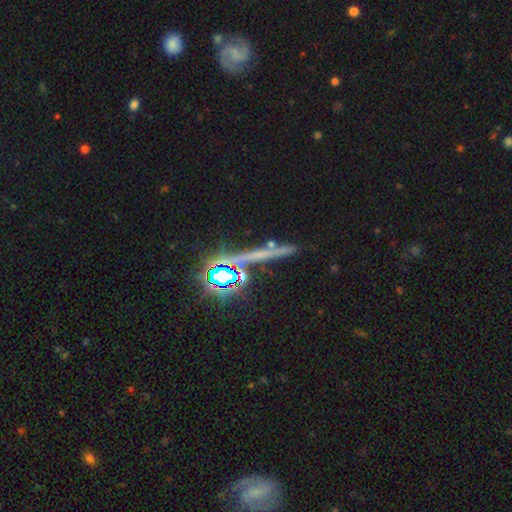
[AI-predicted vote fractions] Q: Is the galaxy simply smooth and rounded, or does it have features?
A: star or artifact — 64%.